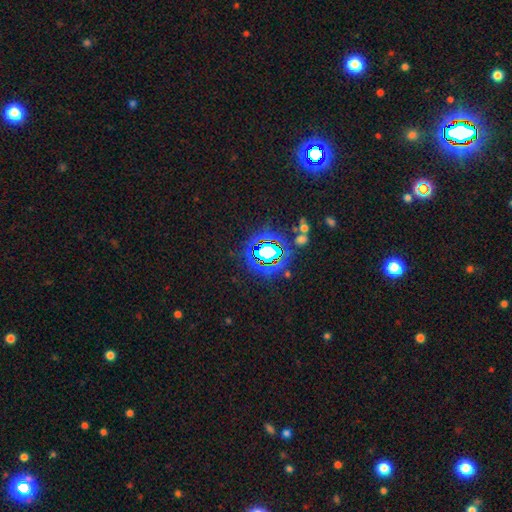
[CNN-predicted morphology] This appears to be a star or artifact, not a galaxy (80%).